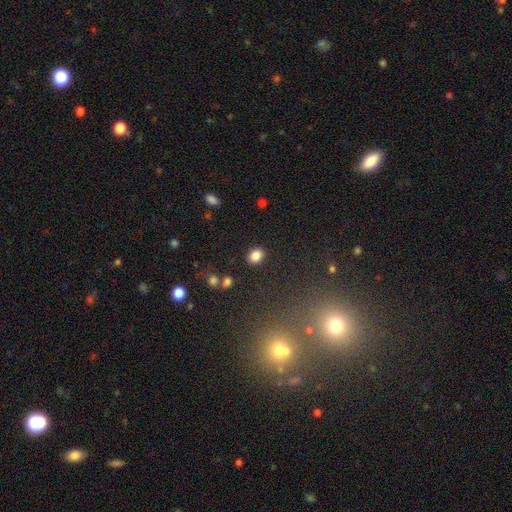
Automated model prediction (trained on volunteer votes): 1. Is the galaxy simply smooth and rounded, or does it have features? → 85% smooth, 10% star or artifact, 5% featured or disk.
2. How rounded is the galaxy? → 52% round, 47% in between, 1% cigar-shaped.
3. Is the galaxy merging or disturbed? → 87% none, 8% minor disturbance, 3% major disturbance, 2% merger.